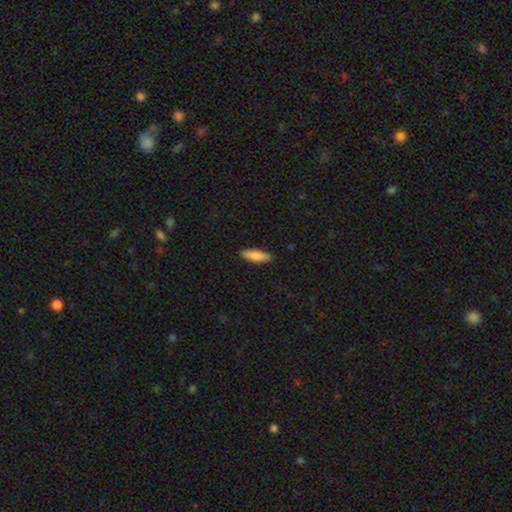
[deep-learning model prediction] smooth 82%, featured or disk 12%, star or artifact 6%. Down the decision tree: how rounded — cigar-shaped (55%); merging — none (88%).